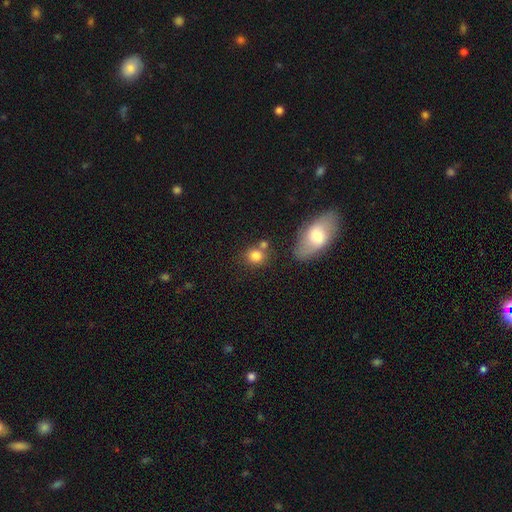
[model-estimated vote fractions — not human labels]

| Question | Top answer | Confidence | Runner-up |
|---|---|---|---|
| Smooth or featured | smooth | 82% | star or artifact (10%) |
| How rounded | round | 76% | in between (23%) |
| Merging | none | 60% | merger (22%) |